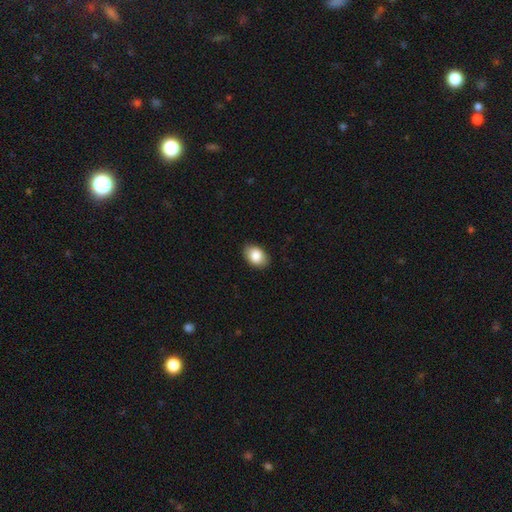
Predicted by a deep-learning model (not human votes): Smooth or featured? Predicted: smooth (p=0.86). How rounded? Predicted: in between (p=0.85). Merging? Predicted: none (p=0.88).